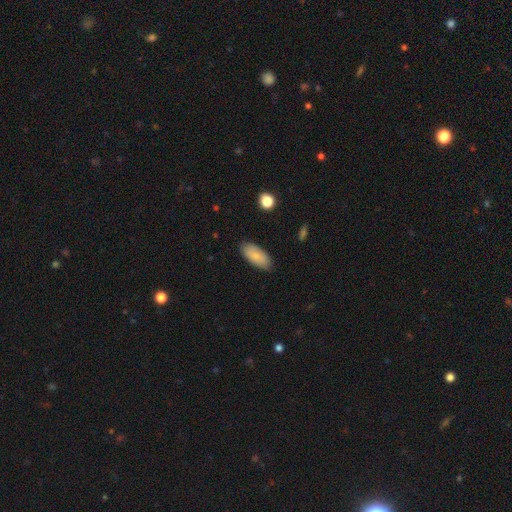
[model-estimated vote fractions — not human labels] This appears to be a smooth galaxy with no disk features (84%) that is in between round and cigar-shaped (89%). Merging: none (86%).